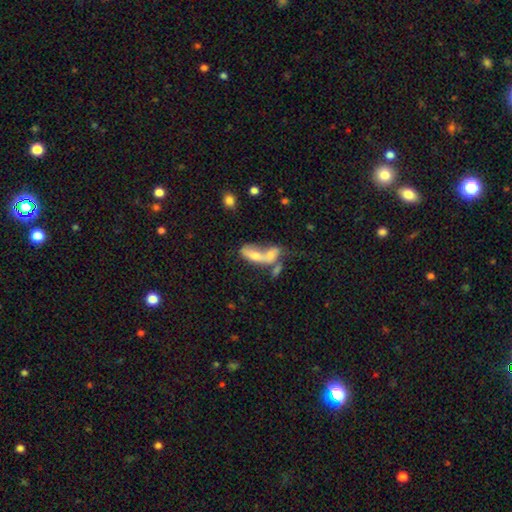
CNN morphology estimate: Smooth or featured? Predicted: smooth (p=0.49). Merging? Predicted: merger (p=0.63).